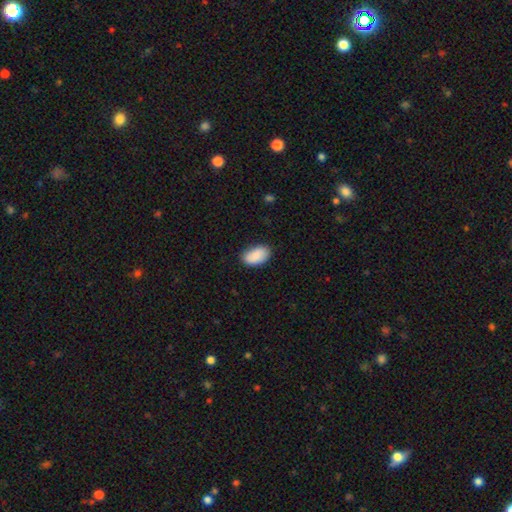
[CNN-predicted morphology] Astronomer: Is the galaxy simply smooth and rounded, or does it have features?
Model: smooth — 88%.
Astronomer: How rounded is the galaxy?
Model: in between — 94%.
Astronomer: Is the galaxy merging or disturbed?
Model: none — 80%.